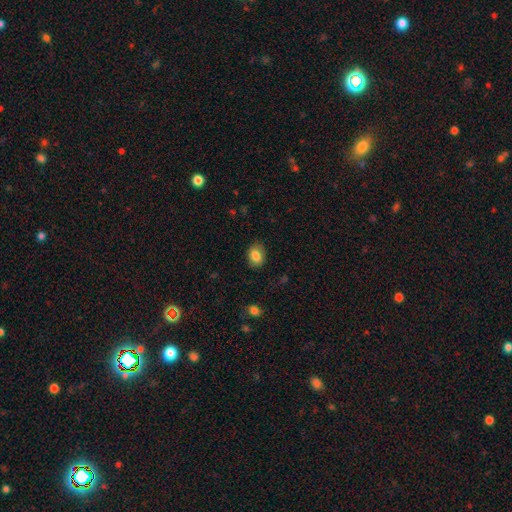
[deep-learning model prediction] A smooth galaxy with no disk features (83%) that is in between round and cigar-shaped (68%). Merging: none (84%).